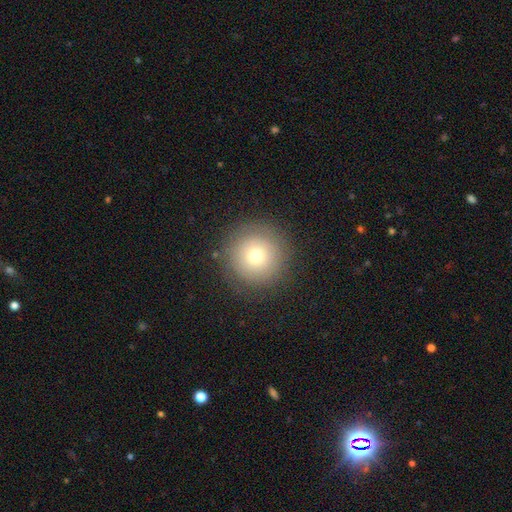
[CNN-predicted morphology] Smooth or featured? Predicted: smooth (p=0.71). How rounded? Predicted: round (p=0.96). Merging? Predicted: none (p=0.88).